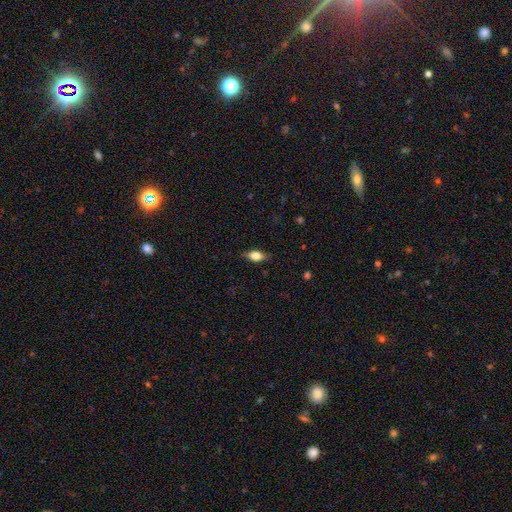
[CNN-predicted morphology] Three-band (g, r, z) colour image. It shows a smooth galaxy with no disk features (70%) that is in between round and cigar-shaped (82%). Merging: none (81%).